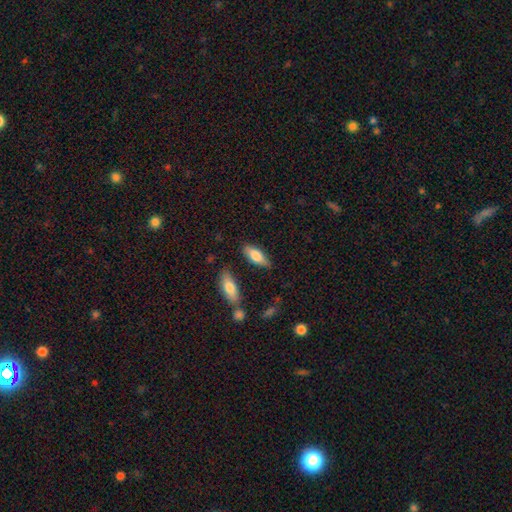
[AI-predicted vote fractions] A smooth galaxy with no disk features (75%) that is in between round and cigar-shaped (72%).

Vote fractions:
- Smooth or featured? smooth: 75% / featured or disk: 18% / star or artifact: 6%
- How rounded? in between: 72% / cigar-shaped: 26% / round: 2%
- Merging? none: 77% / minor disturbance: 15% / merger: 5% / major disturbance: 3%